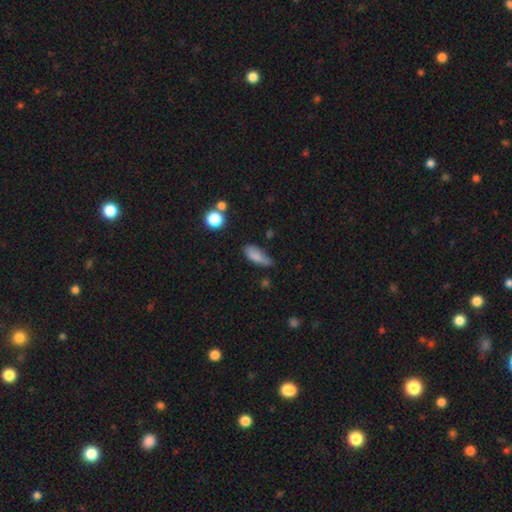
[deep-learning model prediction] Morphology: type=smooth (78%); roundness=in between (76%); merging=none (44%).